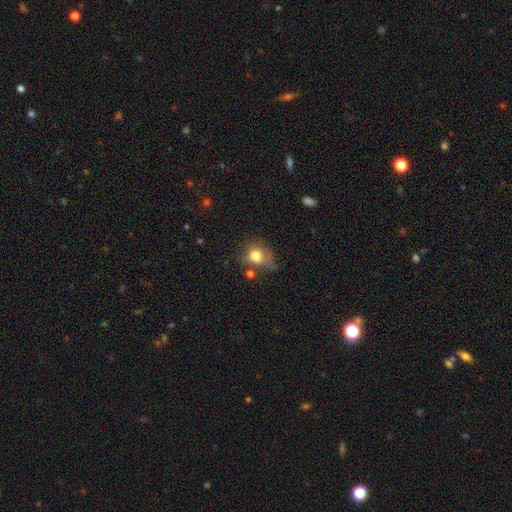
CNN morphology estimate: type=smooth (70%); roundness=round (50%); merging=none (33%).